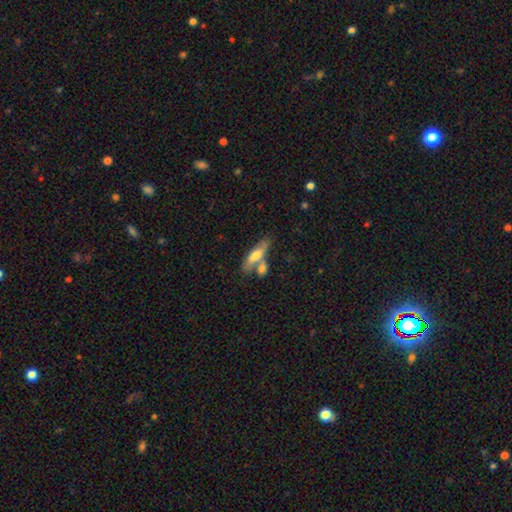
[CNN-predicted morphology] This appears to be a smooth galaxy with no disk features (64%) that is cigar-shaped (49%, tied with in between). Merging: none (48%).